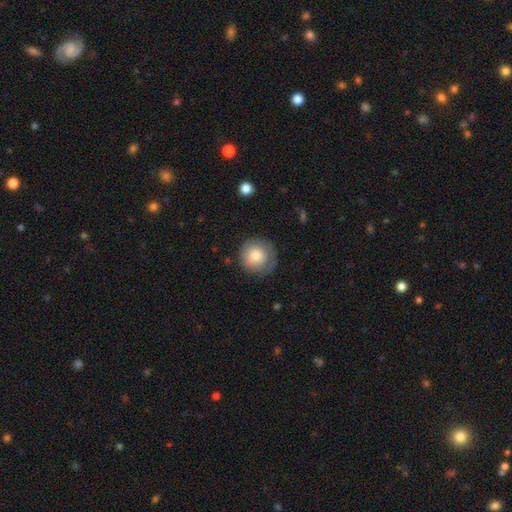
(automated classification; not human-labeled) Smooth or featured? Predicted: smooth (p=0.77). How rounded? Predicted: round (p=0.94). Merging? Predicted: none (p=0.73).